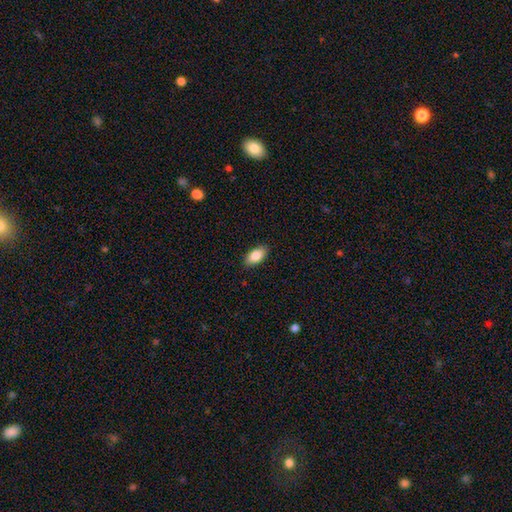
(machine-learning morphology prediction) type=smooth (86%); roundness=in between (93%); merging=none (88%).